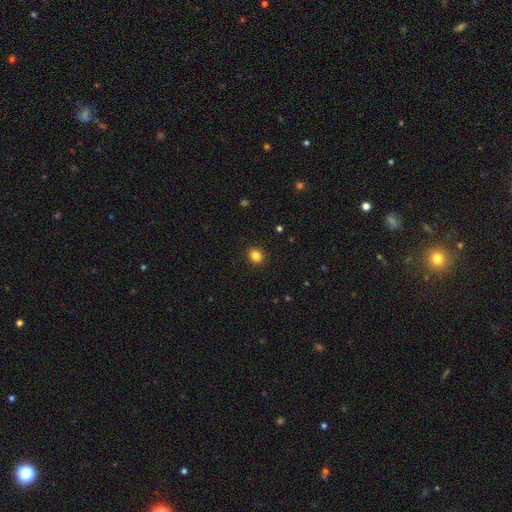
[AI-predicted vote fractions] Smooth or featured? smooth (85%)
How rounded? round (70%)
Merging? none (92%)